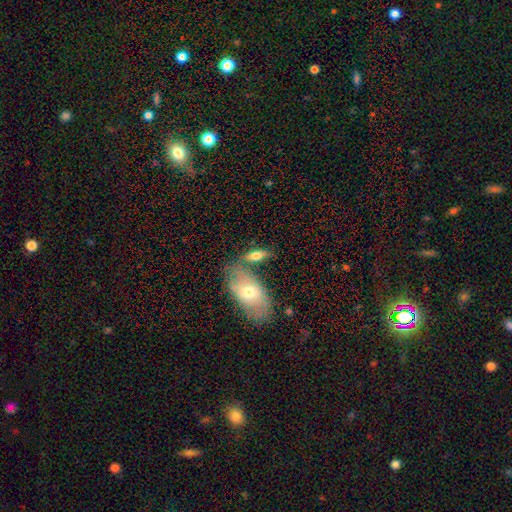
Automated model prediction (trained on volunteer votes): This appears to be a smooth galaxy with no disk features (61%) that is in between round and cigar-shaped (72%). Merging: none (53%).